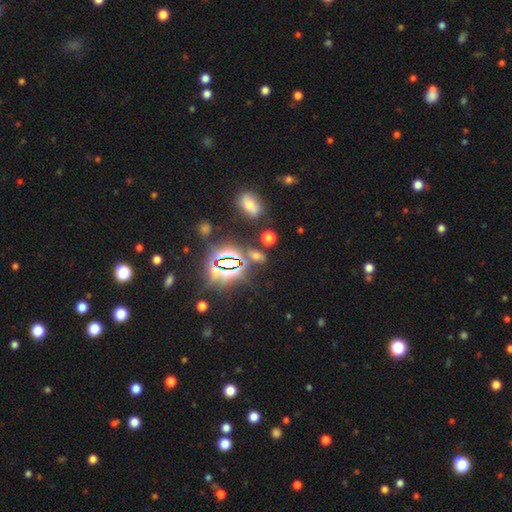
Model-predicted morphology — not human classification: Q: Smooth or featured?
A: star or artifact (53%); runner-up: smooth (38%)